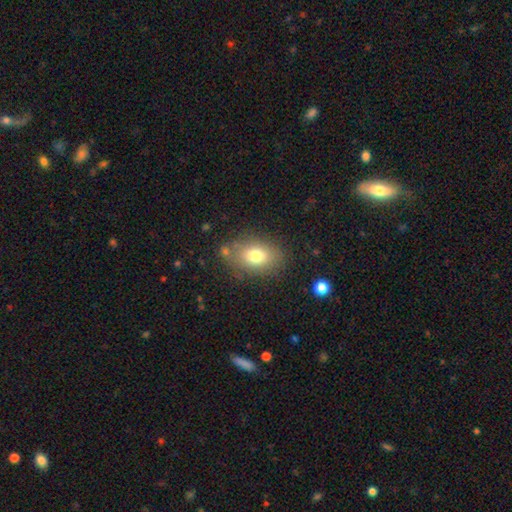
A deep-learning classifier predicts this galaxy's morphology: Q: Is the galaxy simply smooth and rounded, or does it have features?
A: smooth — 76%.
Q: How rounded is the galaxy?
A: in between — 78%.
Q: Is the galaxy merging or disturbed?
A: none — 77%.